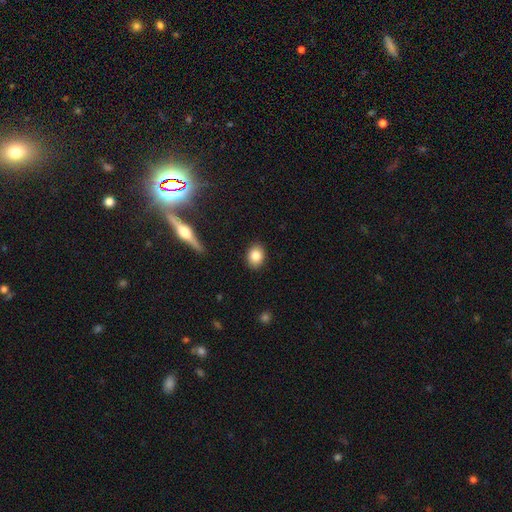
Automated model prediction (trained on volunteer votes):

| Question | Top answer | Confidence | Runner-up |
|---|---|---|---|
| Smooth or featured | smooth | 84% | star or artifact (8%) |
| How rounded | in between | 56% | round (42%) |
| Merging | none | 89% | minor disturbance (8%) |